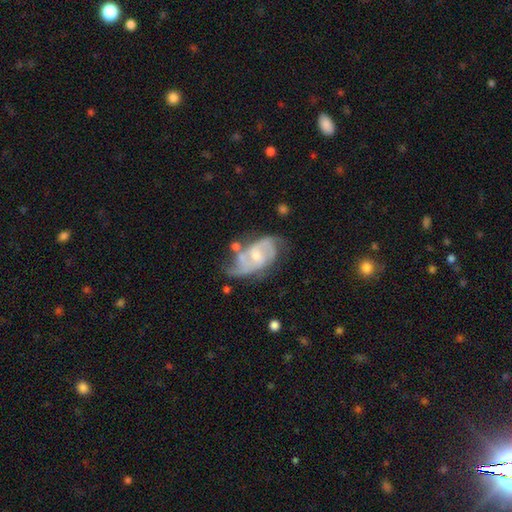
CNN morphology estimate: smooth_or_featured: featured or disk (p=0.82) [alt: smooth p=0.12]
disk_edge_on: no (p=0.97) [alt: yes p=0.03]
bar: no (p=0.48) [alt: weak p=0.43]
has_spiral_arms: yes (p=0.93) [alt: no p=0.07]
spiral_winding: medium (p=0.48) [alt: tight p=0.32]
spiral_arm_count: 2 (p=0.57) [alt: 3 p=0.17]
bulge_size: small (p=0.48) [alt: moderate p=0.46]
merging: none (p=0.46) [alt: minor disturbance p=0.26]